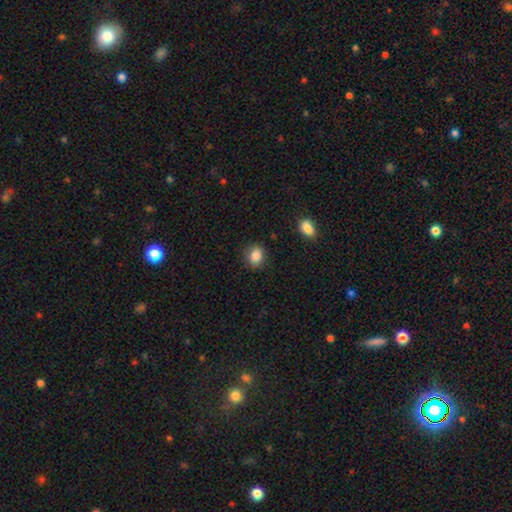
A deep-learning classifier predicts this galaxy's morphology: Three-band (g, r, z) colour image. It shows a smooth galaxy with no disk features (87%) that is round (52%). Merging: none (85%).